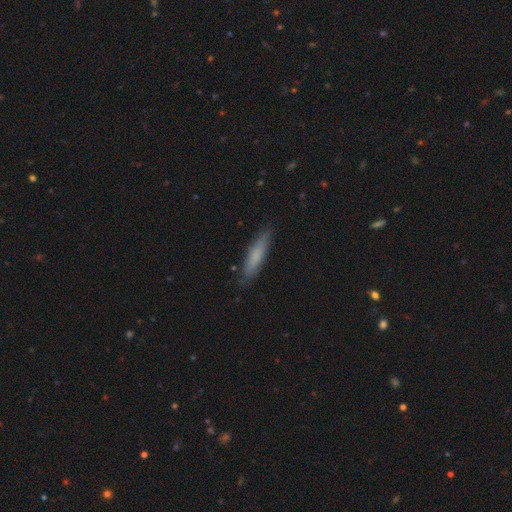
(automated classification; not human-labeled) Smooth or featured? Predicted: smooth (p=0.72). How rounded? Predicted: cigar-shaped (p=0.83). Merging? Predicted: none (p=0.83).